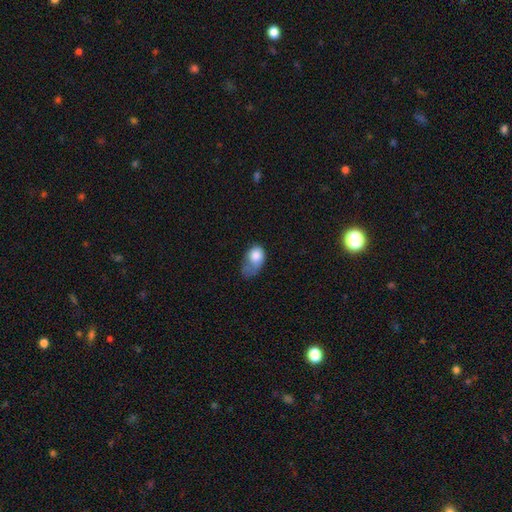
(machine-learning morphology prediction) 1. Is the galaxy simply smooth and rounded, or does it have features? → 77% smooth, 16% featured or disk, 8% star or artifact.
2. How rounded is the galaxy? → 80% in between, 18% round, 2% cigar-shaped.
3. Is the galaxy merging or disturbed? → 46% major disturbance, 32% minor disturbance, 16% none, 6% merger.